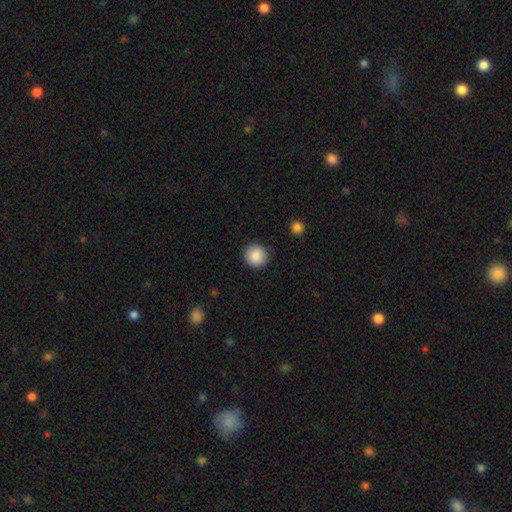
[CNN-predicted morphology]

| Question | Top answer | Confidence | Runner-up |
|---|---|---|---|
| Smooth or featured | smooth | 88% | star or artifact (8%) |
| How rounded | round | 94% | in between (5%) |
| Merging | none | 90% | minor disturbance (6%) |